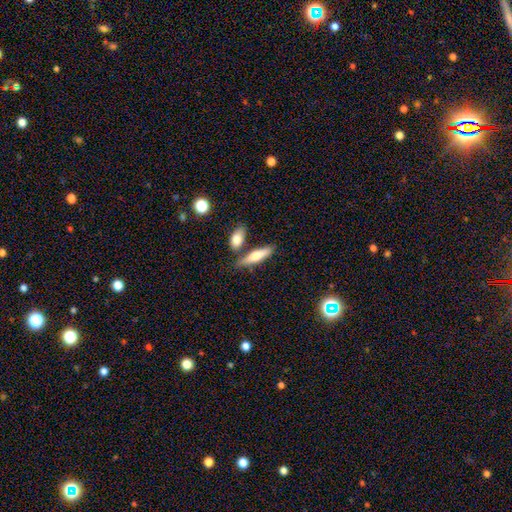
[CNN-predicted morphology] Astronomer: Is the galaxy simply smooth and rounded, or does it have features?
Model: smooth — 64%.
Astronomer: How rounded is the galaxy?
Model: cigar-shaped — 63%.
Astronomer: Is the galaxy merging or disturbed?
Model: none — 63%.